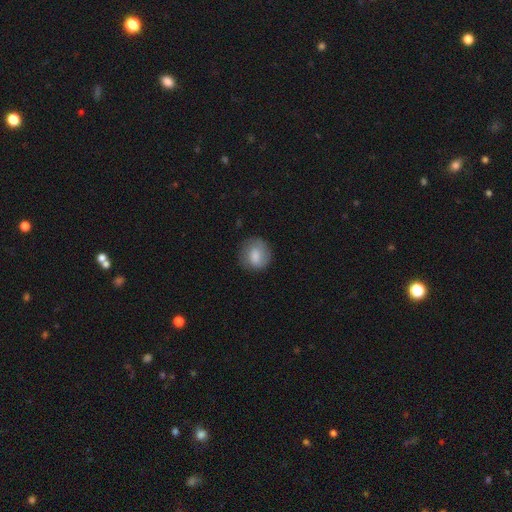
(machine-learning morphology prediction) Smooth or featured? Predicted: smooth (p=0.78). How rounded? Predicted: round (p=0.76). Merging? Predicted: none (p=0.73).